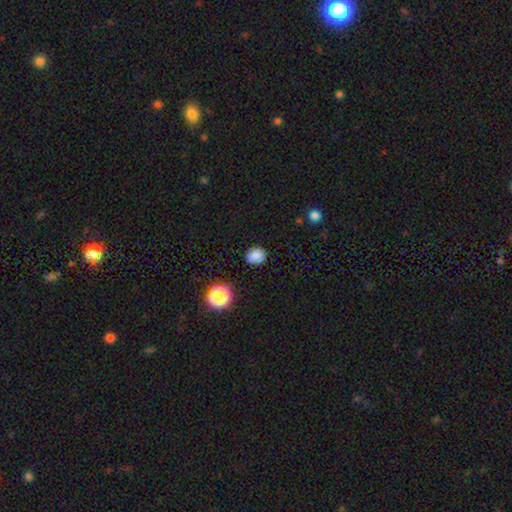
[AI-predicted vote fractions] Overall: smooth (83%). How rounded: round (68%; in between 31%). Merging: none (86%).